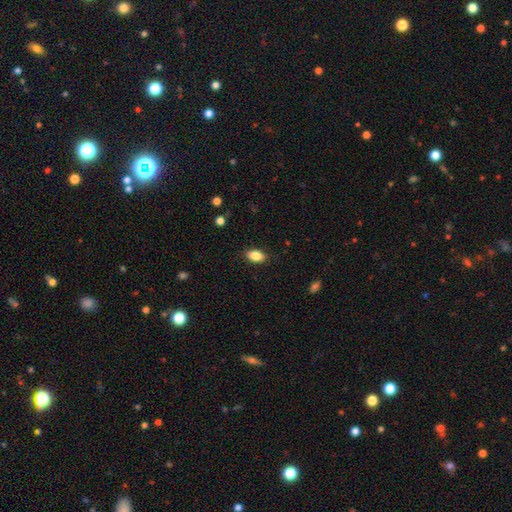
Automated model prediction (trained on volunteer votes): Smooth or featured? Predicted: smooth (p=0.87). How rounded? Predicted: in between (p=0.91). Merging? Predicted: none (p=0.87).